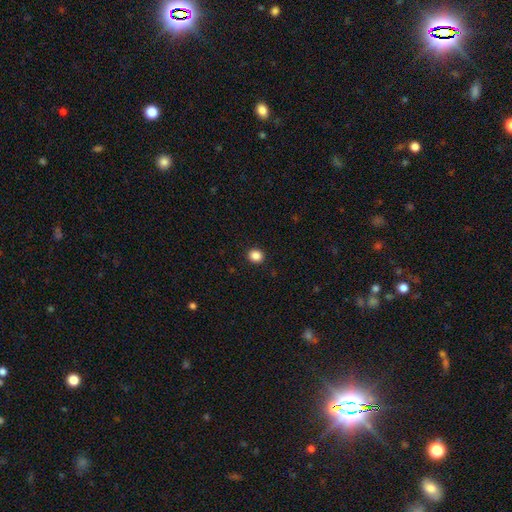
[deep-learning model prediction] Q: Smooth or featured?
A: smooth (86%); runner-up: star or artifact (11%)
Q: How rounded?
A: round (82%); runner-up: in between (17%)
Q: Merging?
A: none (92%); runner-up: minor disturbance (5%)